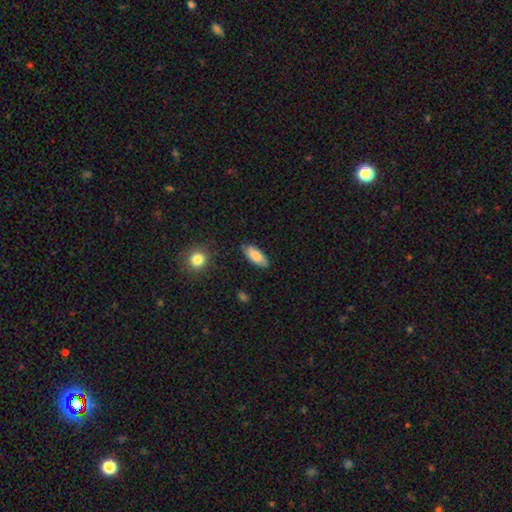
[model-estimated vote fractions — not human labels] Smooth or featured? Predicted: smooth (p=0.82). How rounded? Predicted: in between (p=0.81). Merging? Predicted: none (p=0.81).